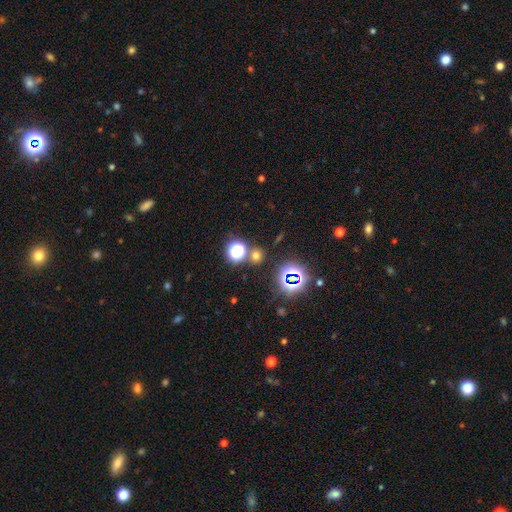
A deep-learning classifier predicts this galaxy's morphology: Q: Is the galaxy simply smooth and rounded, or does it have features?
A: smooth — 54%.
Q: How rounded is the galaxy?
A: round — 85%.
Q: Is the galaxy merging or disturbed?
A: none — 77%.